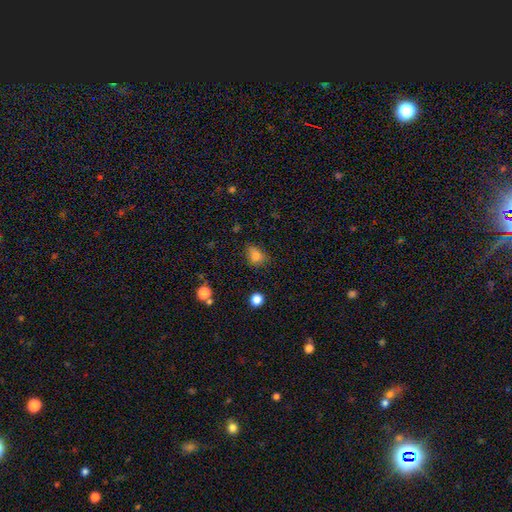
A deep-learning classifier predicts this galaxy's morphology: Smooth or featured?
  - smooth: 79% *
  - star or artifact: 13%
  - featured or disk: 8%
How rounded?
  - in between: 56% *
  - round: 43%
  - cigar-shaped: 1%
Merging?
  - none: 69% *
  - minor disturbance: 23%
  - major disturbance: 6%
  - merger: 2%